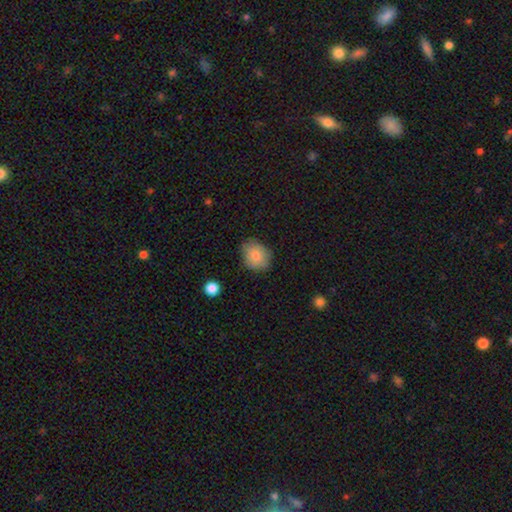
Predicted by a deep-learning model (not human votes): The model was most divided on "how rounded": round: 57%, in between: 42%, cigar-shaped: 1%. More confident: smooth or featured — smooth (85%); merging — none (76%).